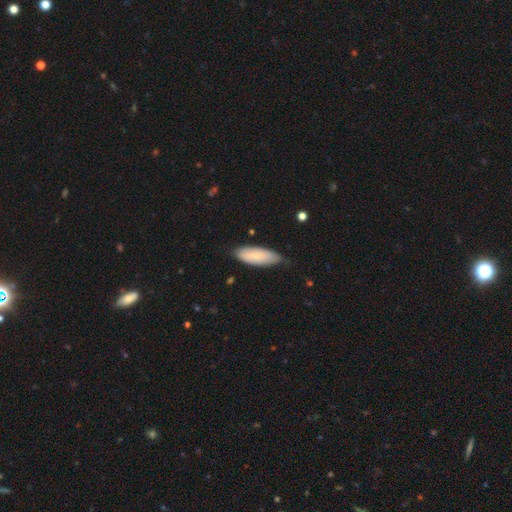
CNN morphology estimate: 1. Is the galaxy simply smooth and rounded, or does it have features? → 76% smooth, 18% featured or disk, 6% star or artifact.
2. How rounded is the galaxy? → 73% in between, 26% cigar-shaped, 2% round.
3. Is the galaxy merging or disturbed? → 71% none, 24% minor disturbance, 3% major disturbance, 1% merger.